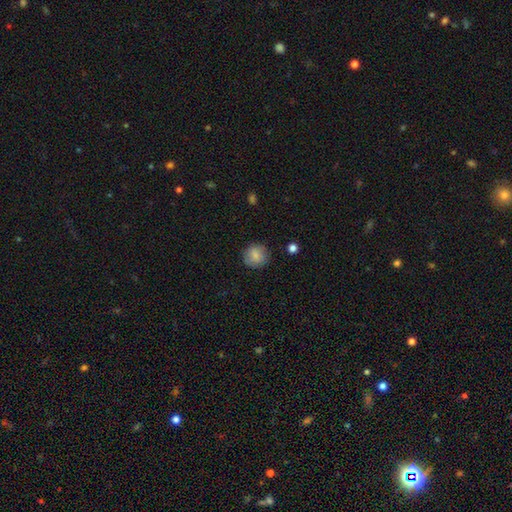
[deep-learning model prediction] smooth-or-featured: smooth: 82% | featured or disk: 10% | star or artifact: 8%
  how-rounded: round: 89% | in between: 10% | cigar-shaped: 1%
  merging: none: 83% | minor disturbance: 13% | major disturbance: 3% | merger: 1%